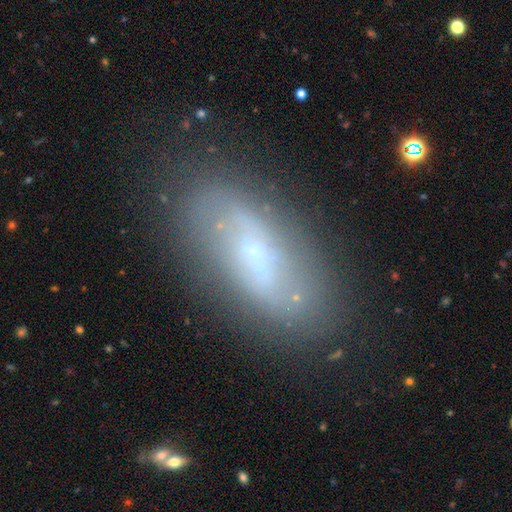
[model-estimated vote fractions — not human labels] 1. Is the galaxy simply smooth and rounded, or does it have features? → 56% featured or disk, 33% smooth, 11% star or artifact.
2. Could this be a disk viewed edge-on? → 81% no, 19% yes.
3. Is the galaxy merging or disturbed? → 72% none, 18% minor disturbance, 7% major disturbance, 3% merger.